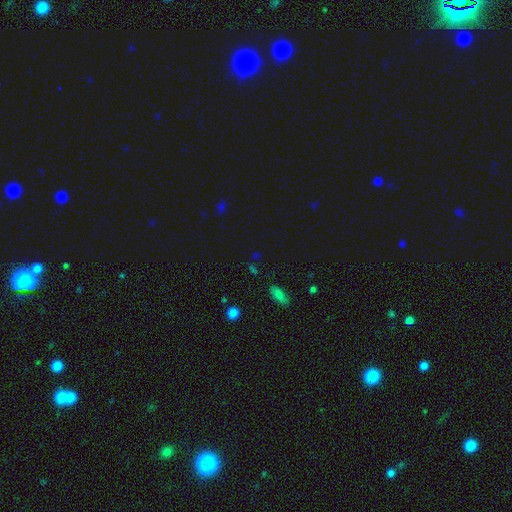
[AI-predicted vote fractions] The model was most divided on "smooth or featured": star or artifact: 46%, smooth: 45%, featured or disk: 9%.